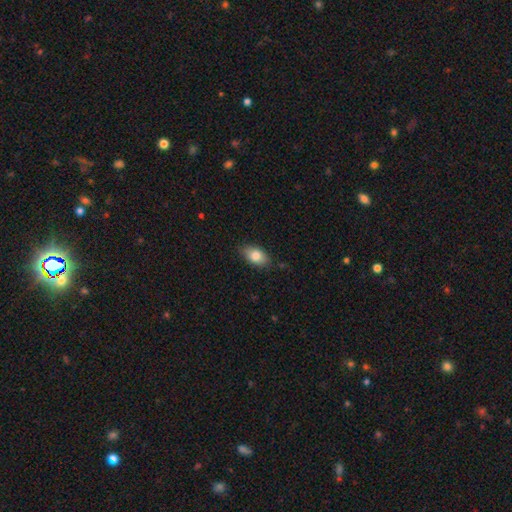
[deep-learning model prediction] smooth_or_featured: smooth (p=0.82) [alt: featured or disk p=0.10]
how_rounded: in between (p=0.90) [alt: round p=0.08]
merging: none (p=0.82) [alt: minor disturbance p=0.14]